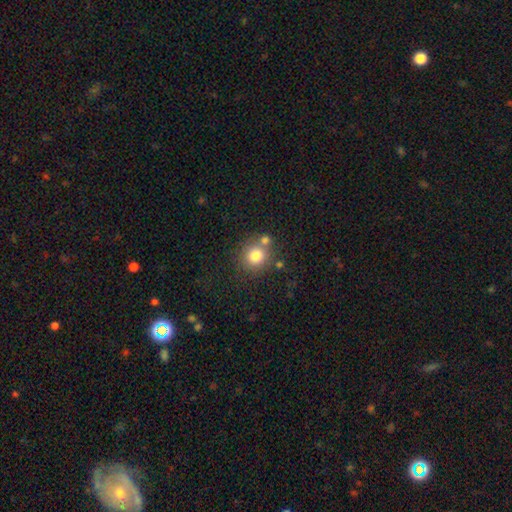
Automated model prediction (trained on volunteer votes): Morphology: type=smooth (79%); roundness=round (86%); merging=none (64%).